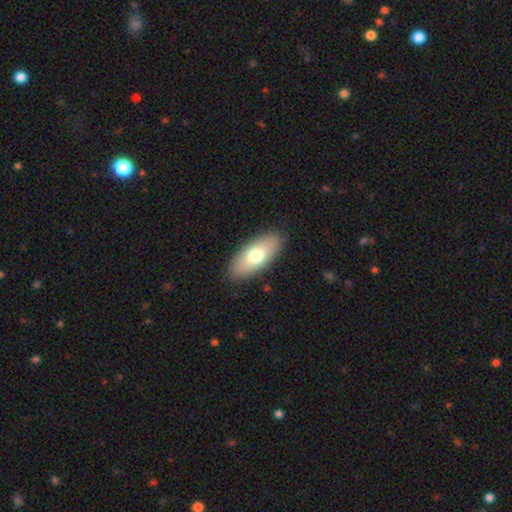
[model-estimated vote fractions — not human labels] Q: Smooth or featured?
A: smooth (71%); runner-up: featured or disk (23%)
Q: How rounded?
A: in between (84%); runner-up: cigar-shaped (13%)
Q: Merging?
A: none (88%); runner-up: minor disturbance (8%)